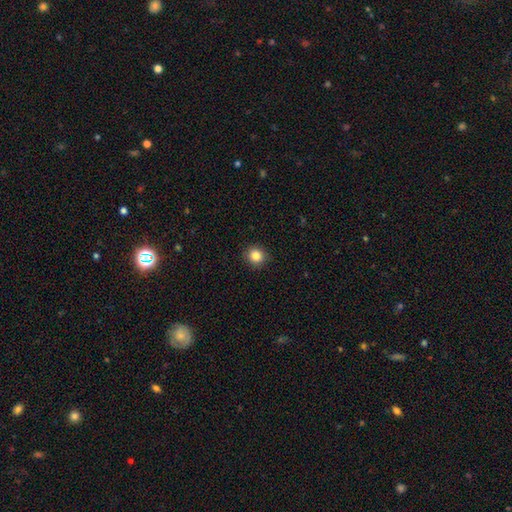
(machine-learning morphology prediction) smooth-or-featured: smooth: 85% | star or artifact: 11% | featured or disk: 5%
  how-rounded: round: 89% | in between: 10% | cigar-shaped: 1%
  merging: none: 91% | minor disturbance: 6% | major disturbance: 2% | merger: 1%